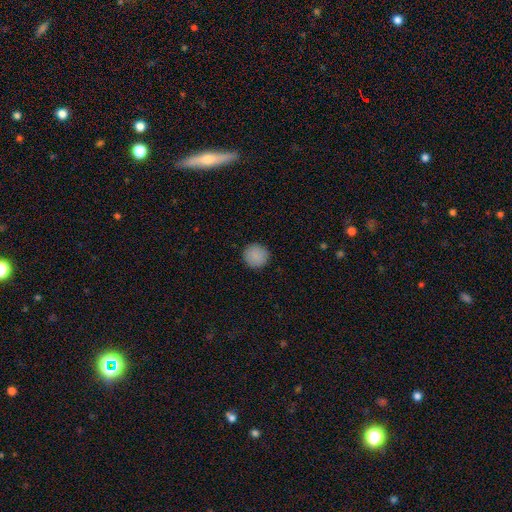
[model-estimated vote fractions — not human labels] This is clearly a smooth galaxy (89%). How rounded: clearly round (95%). Merging: clearly none (92%).